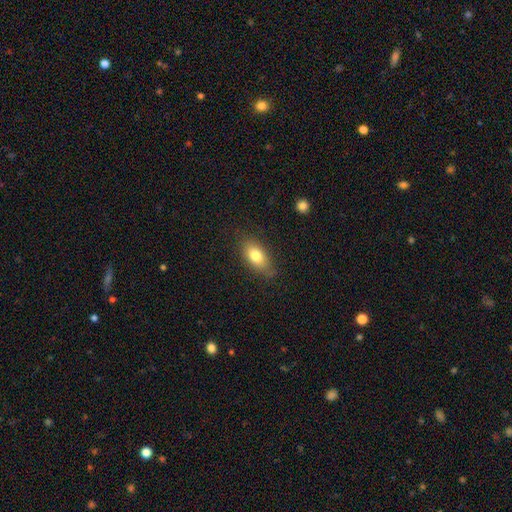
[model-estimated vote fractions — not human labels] The model was most divided on "merging": none: 76%, minor disturbance: 18%, major disturbance: 4%, merger: 1%. More confident: how rounded — in between (86%); smooth or featured — smooth (78%).